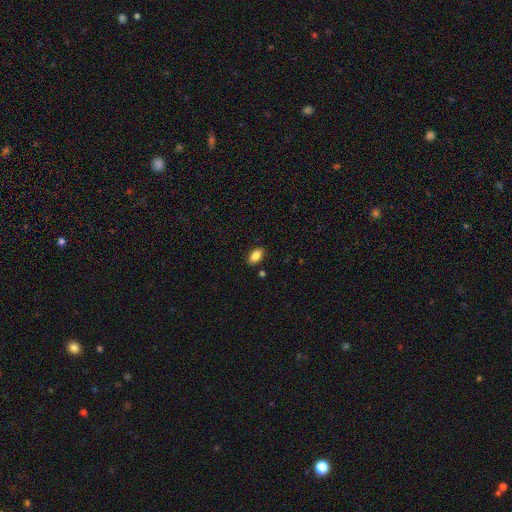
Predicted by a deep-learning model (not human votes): Overall: smooth (86%). How rounded: in between (92%). Merging: none (87%).